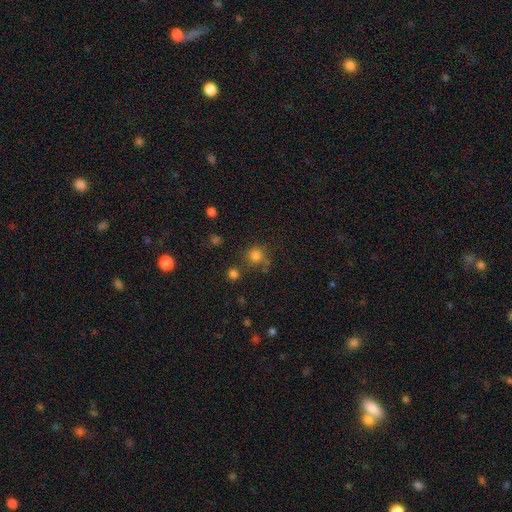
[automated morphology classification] This appears to be a smooth galaxy with no disk features (79%) that is round (91%). Merging: none (68%).